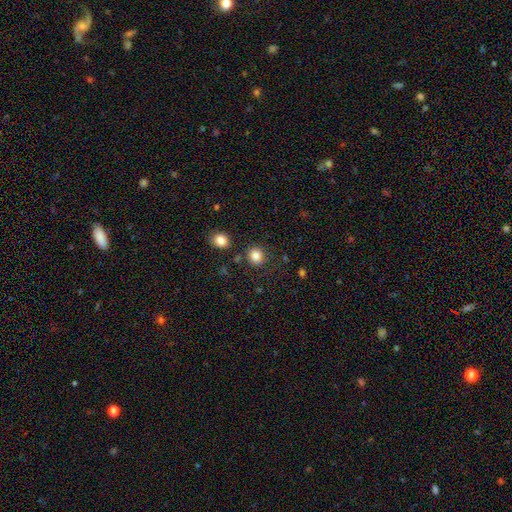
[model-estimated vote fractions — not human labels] Overall: smooth (84%). How rounded: round (82%). Merging: none (82%).